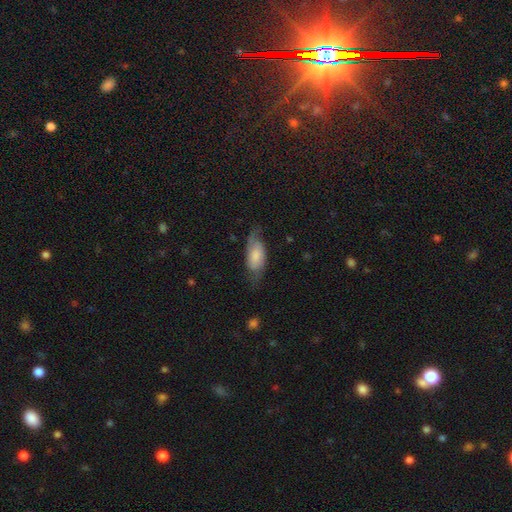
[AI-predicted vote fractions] This appears to be a smooth galaxy with no disk features (54%) that is in between round and cigar-shaped (86%). Merging: none (55%).